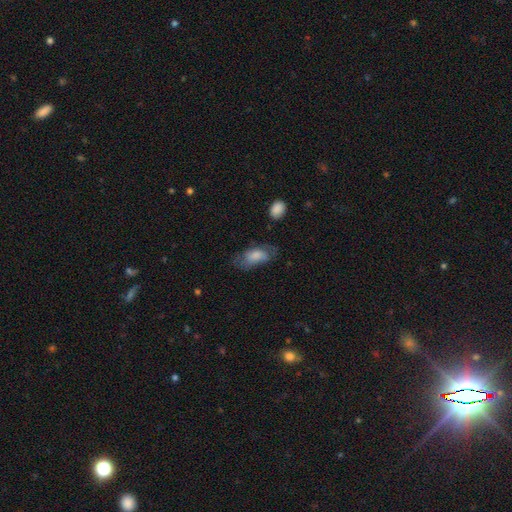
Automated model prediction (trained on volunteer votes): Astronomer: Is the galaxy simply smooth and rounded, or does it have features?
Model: smooth — 69%.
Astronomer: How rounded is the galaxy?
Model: in between — 89%.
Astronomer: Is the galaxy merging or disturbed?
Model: none — 49% (runner-up: minor disturbance, 29%).